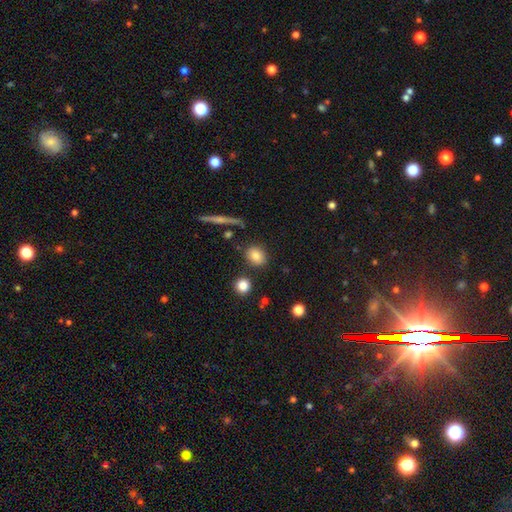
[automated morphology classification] Smooth or featured: smooth — 81% (star or artifact — 10%)
How rounded: round — 58% (in between — 39%)
Merging: none — 82% (minor disturbance — 9%)